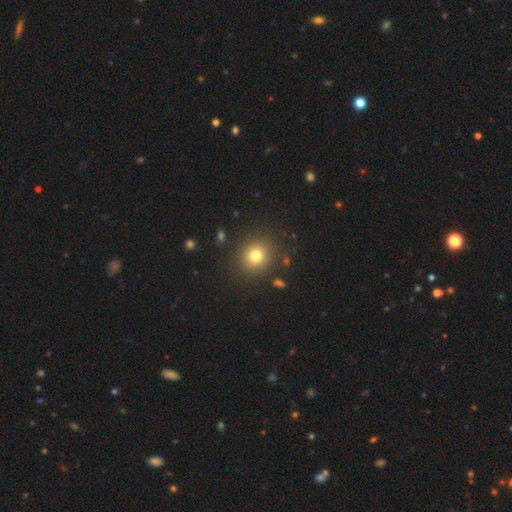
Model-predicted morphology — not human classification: Q: Smooth or featured?
A: smooth (77%); runner-up: star or artifact (14%)
Q: How rounded?
A: round (87%); runner-up: in between (12%)
Q: Merging?
A: none (89%); runner-up: minor disturbance (7%)